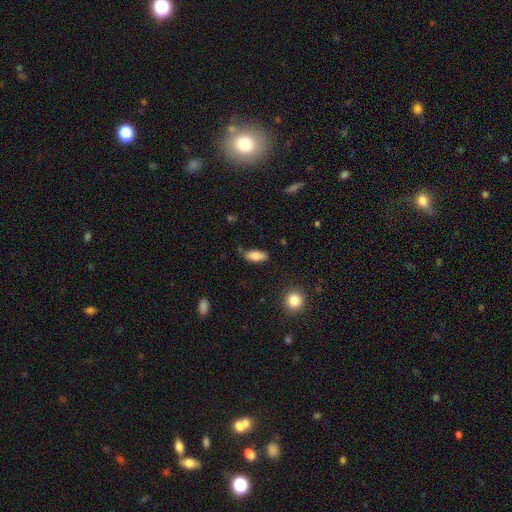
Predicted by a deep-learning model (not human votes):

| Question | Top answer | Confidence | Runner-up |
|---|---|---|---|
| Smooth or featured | smooth | 83% | featured or disk (9%) |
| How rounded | in between | 84% | cigar-shaped (13%) |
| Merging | none | 76% | minor disturbance (17%) |